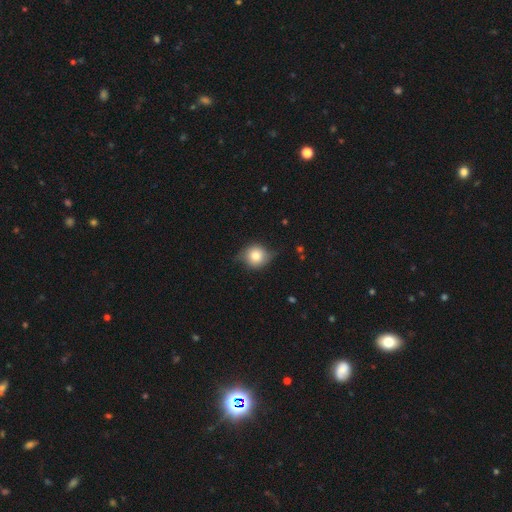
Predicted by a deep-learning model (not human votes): Q: Smooth or featured?
A: smooth (70%); runner-up: featured or disk (21%)
Q: How rounded?
A: round (81%); runner-up: in between (18%)
Q: Merging?
A: none (61%); runner-up: minor disturbance (30%)